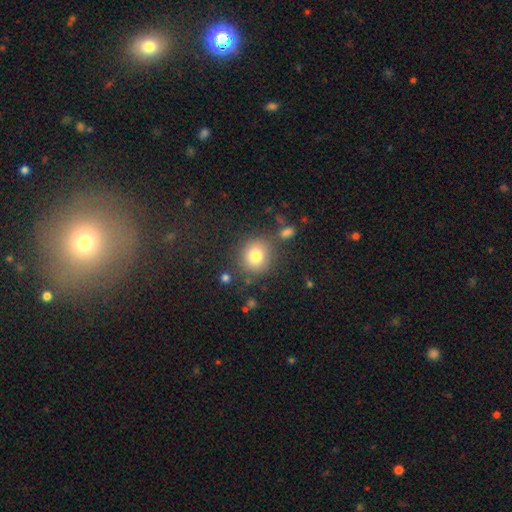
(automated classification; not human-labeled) A smooth galaxy with no disk features (78%) that is round (88%).

Vote fractions:
- Smooth or featured? smooth: 78% / star or artifact: 12% / featured or disk: 10%
- How rounded? round: 88% / in between: 11% / cigar-shaped: 1%
- Merging? none: 80% / minor disturbance: 10% / merger: 6% / major disturbance: 4%